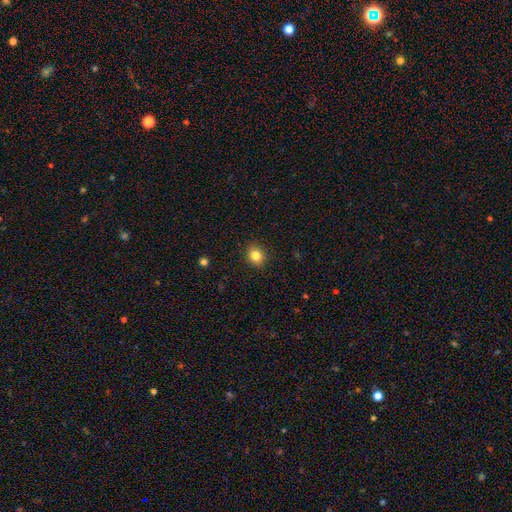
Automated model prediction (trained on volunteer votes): Smooth or featured?
  - smooth: 82% *
  - star or artifact: 11%
  - featured or disk: 7%
How rounded?
  - round: 63% *
  - in between: 36%
  - cigar-shaped: 1%
Merging?
  - none: 90% *
  - minor disturbance: 7%
  - major disturbance: 2%
  - merger: 1%